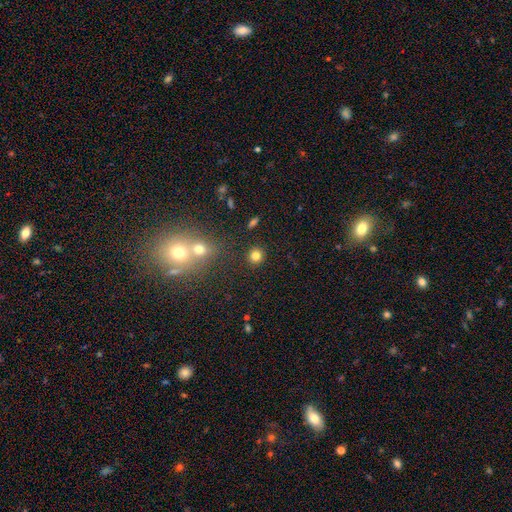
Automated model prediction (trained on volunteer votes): smooth_or_featured: smooth (p=0.80) [alt: star or artifact p=0.14]
how_rounded: round (p=0.90) [alt: in between p=0.09]
merging: none (p=0.89) [alt: minor disturbance p=0.06]